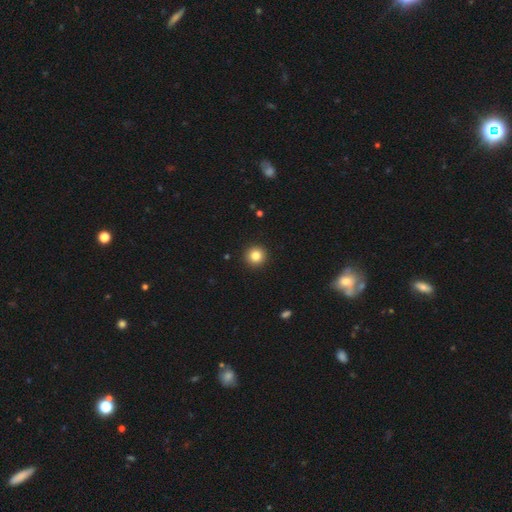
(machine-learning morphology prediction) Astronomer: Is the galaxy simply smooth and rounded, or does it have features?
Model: smooth — 84%.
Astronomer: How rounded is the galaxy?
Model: round — 96%.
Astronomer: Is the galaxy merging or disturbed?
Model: none — 93%.